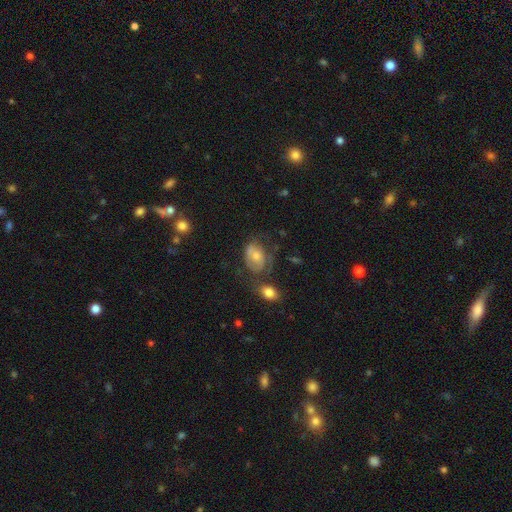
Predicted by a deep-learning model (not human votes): This appears to be a featured or disk galaxy (51%). Merging: none (47%).